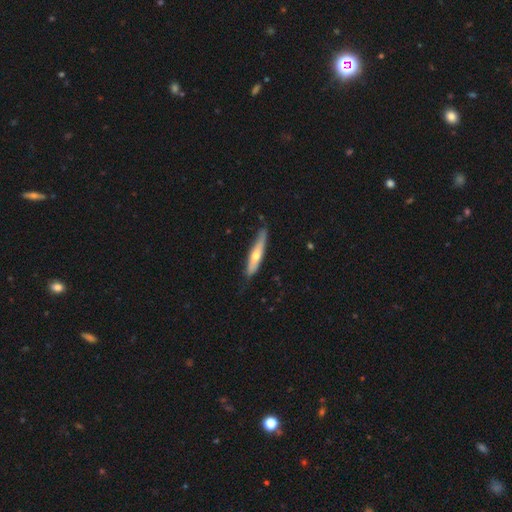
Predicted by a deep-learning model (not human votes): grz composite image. It shows a smooth galaxy with no disk features (50%) that is cigar-shaped (86%). Merging: none (71%).